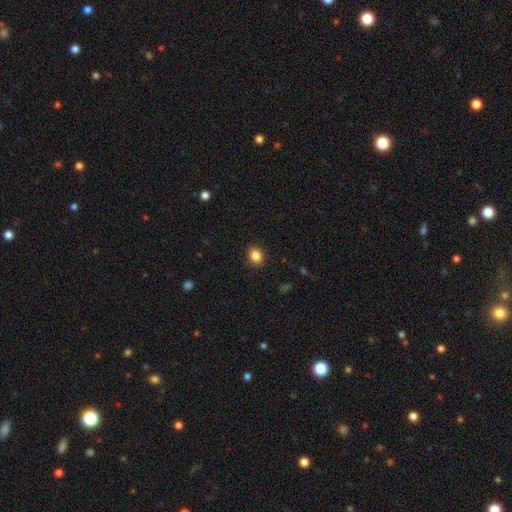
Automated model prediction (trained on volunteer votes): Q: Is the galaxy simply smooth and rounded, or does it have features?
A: smooth — 85%.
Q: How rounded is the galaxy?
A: round — 69%.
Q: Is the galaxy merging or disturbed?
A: none — 89%.